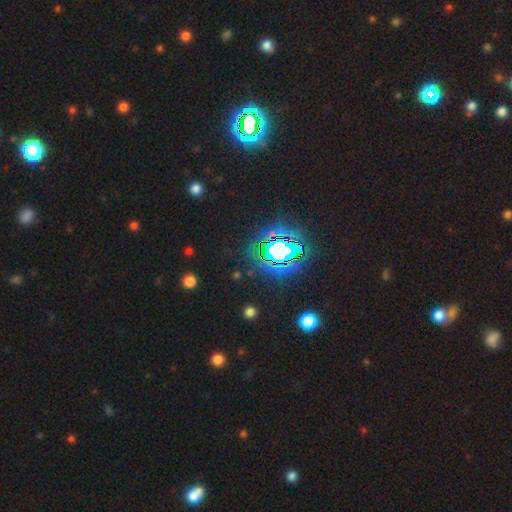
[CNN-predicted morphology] Smooth or featured: star or artifact — 81% (smooth — 11%)